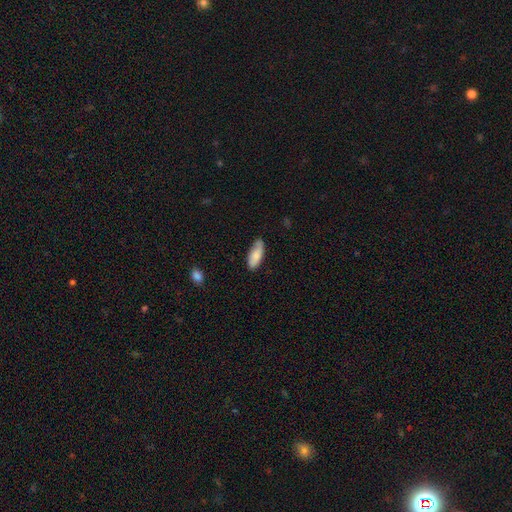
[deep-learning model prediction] This is clearly a smooth galaxy (80%). How rounded: likely in between (77%). Merging: likely none (69%).